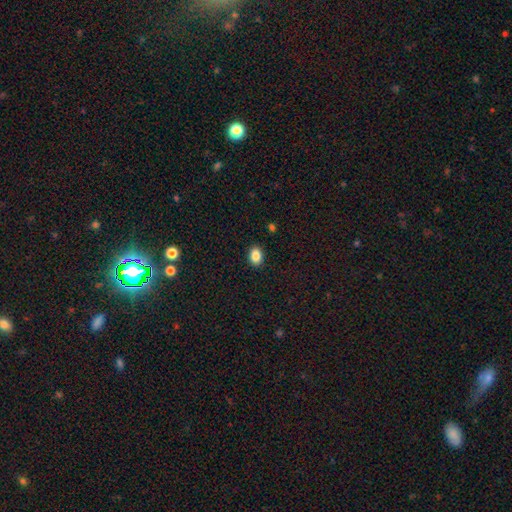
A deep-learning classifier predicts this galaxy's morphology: Smooth or featured: smooth — 86% (star or artifact — 9%)
How rounded: in between — 74% (round — 25%)
Merging: none — 90% (minor disturbance — 7%)